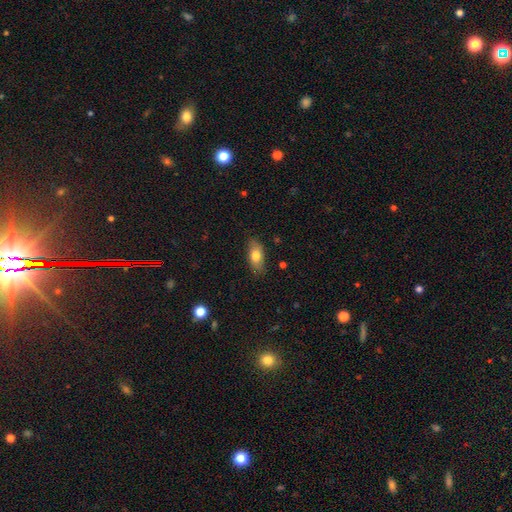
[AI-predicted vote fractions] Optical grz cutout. It shows a smooth galaxy with no disk features (76%) that is in between round and cigar-shaped (84%). Merging: none (83%).